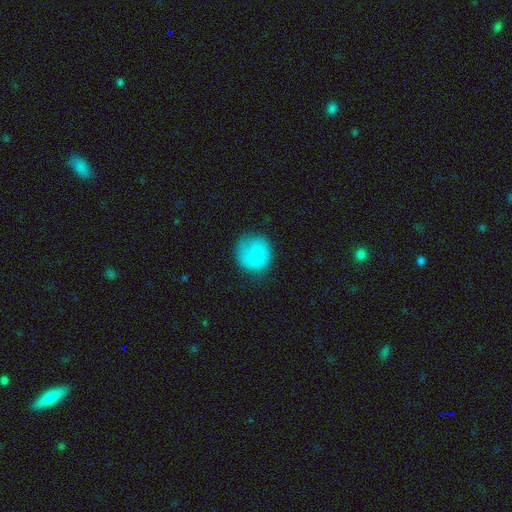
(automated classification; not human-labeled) Overall: smooth (79%). How rounded: round (90%). Merging: none (64%; minor disturbance 24%).